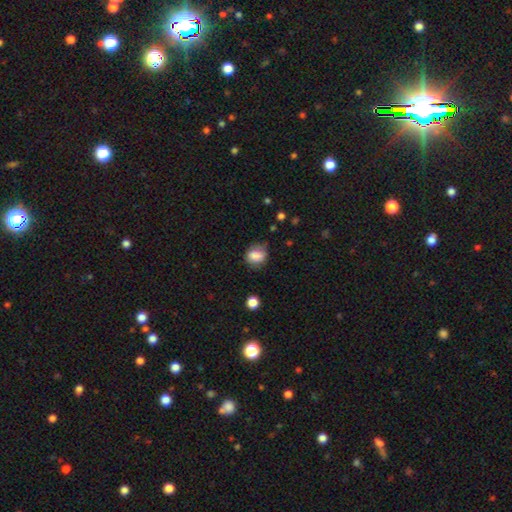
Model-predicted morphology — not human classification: This is clearly a smooth galaxy (81%). How rounded: possibly round (59%). Merging: likely none (64%).